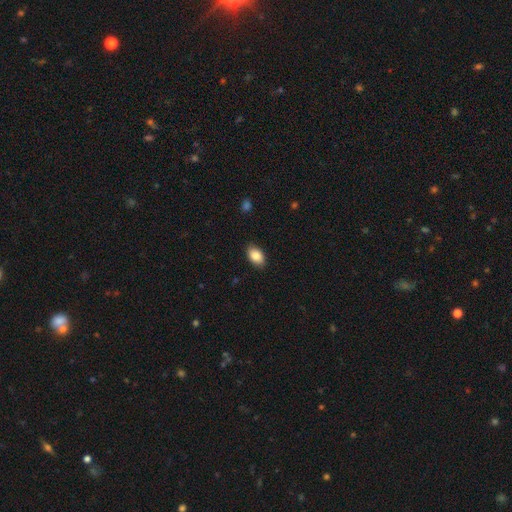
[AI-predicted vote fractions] A smooth galaxy with no disk features (86%) that is in between round and cigar-shaped (90%). Merging: none (88%).